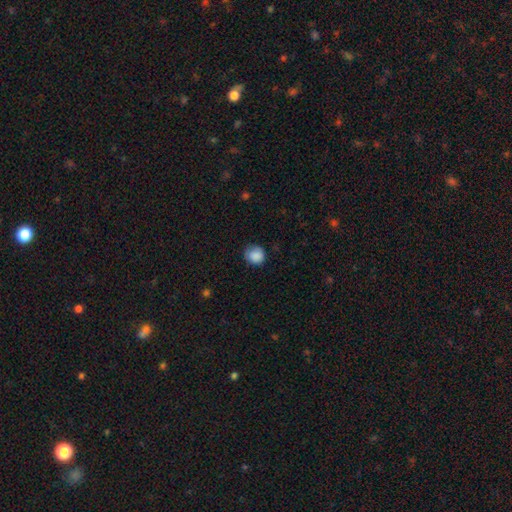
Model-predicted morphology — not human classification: This is clearly a smooth galaxy (88%). How rounded: clearly round (86%). Merging: likely none (75%).